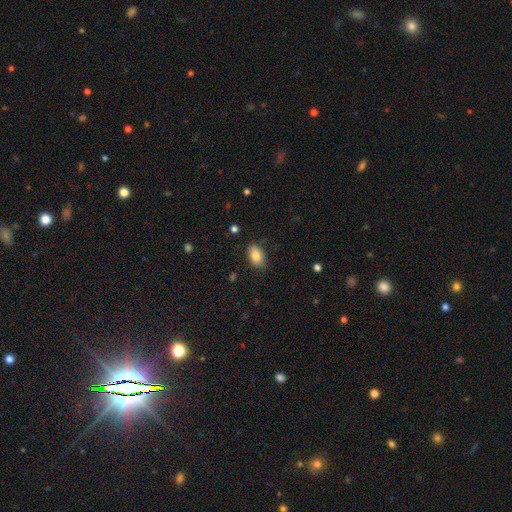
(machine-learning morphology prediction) smooth-or-featured: smooth: 85% | star or artifact: 8% | featured or disk: 7%
  how-rounded: in between: 92% | round: 7% | cigar-shaped: 2%
  merging: none: 82% | minor disturbance: 14% | major disturbance: 3% | merger: 1%